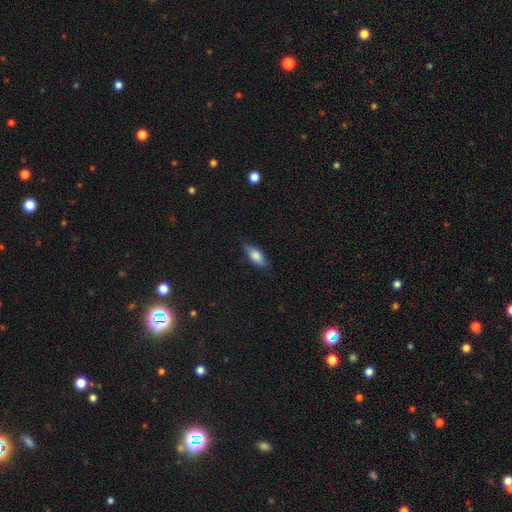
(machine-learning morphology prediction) This is likely a smooth galaxy (73%). How rounded: likely in between (77%). Merging: likely none (77%).